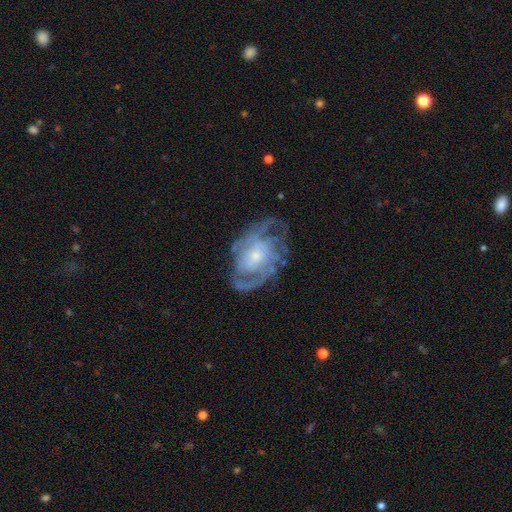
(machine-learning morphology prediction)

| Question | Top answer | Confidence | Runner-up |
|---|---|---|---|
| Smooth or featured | featured or disk | 81% | smooth (13%) |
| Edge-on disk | no | 96% | yes (4%) |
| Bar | no | 72% | weak (23%) |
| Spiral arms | yes | 83% | no (17%) |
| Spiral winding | tight | 43% | medium (40%) |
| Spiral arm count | can't tell | 36% | tied: 2 (36%) |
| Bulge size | small | 63% | moderate (29%) |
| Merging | none | 60% | minor disturbance (20%) |